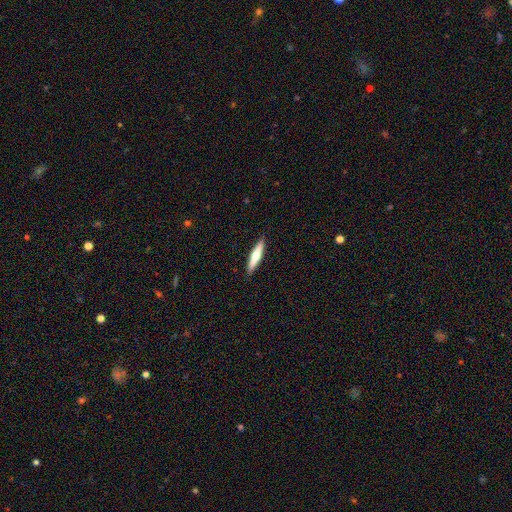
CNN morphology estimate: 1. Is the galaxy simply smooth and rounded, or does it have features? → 52% smooth, 43% featured or disk, 5% star or artifact.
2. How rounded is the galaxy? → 86% cigar-shaped, 13% in between, 1% round.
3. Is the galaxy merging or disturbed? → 91% none, 7% minor disturbance, 1% major disturbance, 1% merger.